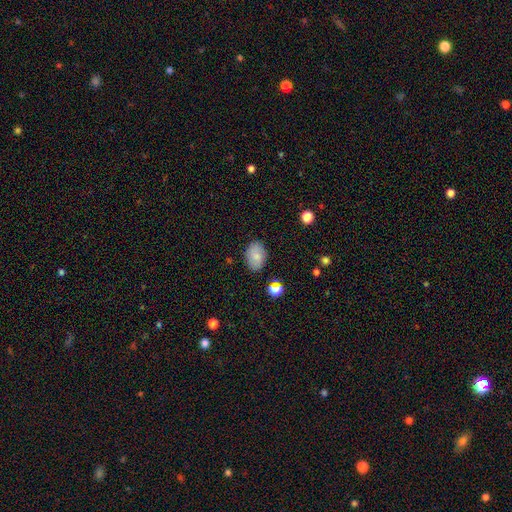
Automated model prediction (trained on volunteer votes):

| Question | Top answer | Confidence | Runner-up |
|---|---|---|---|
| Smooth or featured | smooth | 78% | featured or disk (14%) |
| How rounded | in between | 84% | round (15%) |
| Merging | none | 84% | minor disturbance (12%) |